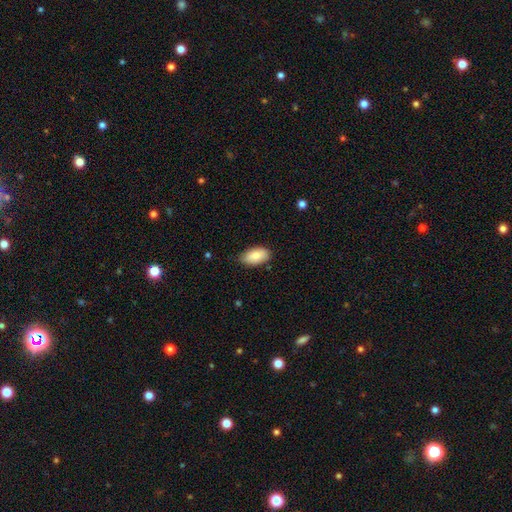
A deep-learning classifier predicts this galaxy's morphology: This is clearly a smooth galaxy (85%). How rounded: clearly in between (95%). Merging: clearly none (80%).